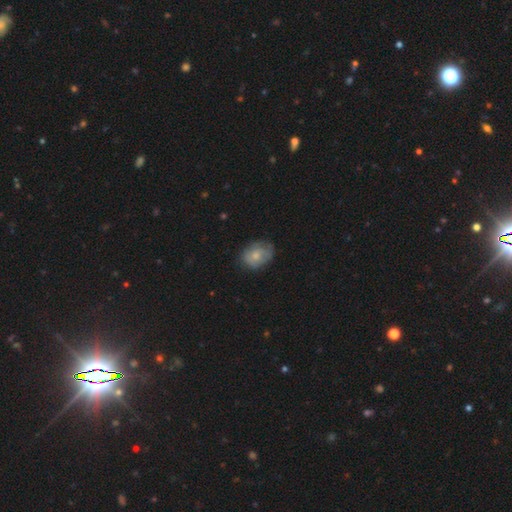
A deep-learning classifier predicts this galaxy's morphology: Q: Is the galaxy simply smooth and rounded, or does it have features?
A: smooth — 58%.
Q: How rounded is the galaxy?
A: in between — 64%.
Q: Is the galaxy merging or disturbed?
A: none — 65%.